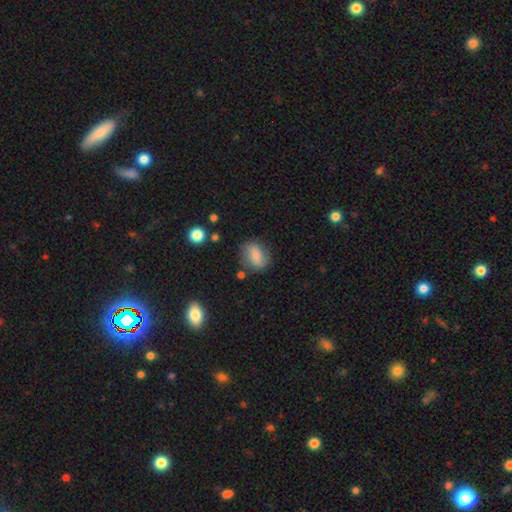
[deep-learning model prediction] A smooth galaxy with no disk features (69%) that is in between round and cigar-shaped (60%). Merging: none (72%).